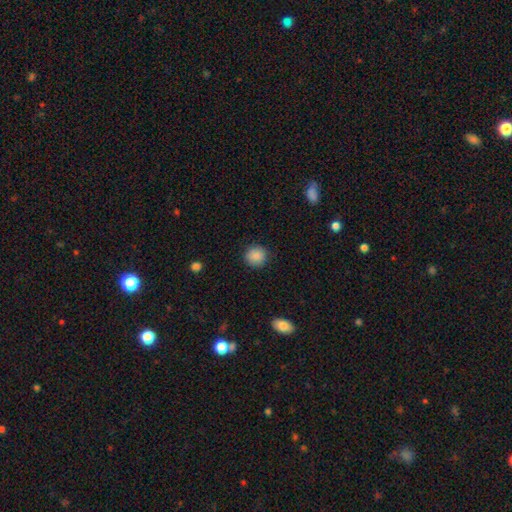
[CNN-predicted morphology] Q: Smooth or featured?
A: smooth (88%); runner-up: star or artifact (8%)
Q: How rounded?
A: round (92%); runner-up: in between (7%)
Q: Merging?
A: none (90%); runner-up: minor disturbance (7%)